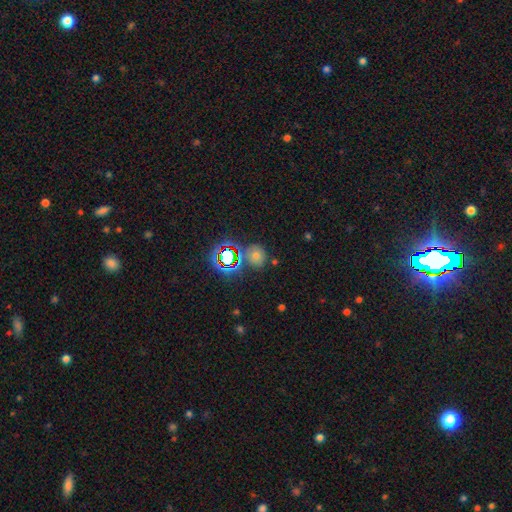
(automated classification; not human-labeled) A smooth galaxy with no disk features (50%).

Vote fractions:
- Smooth or featured? smooth: 50% / star or artifact: 39% / featured or disk: 11%
- Merging? none: 73% / minor disturbance: 12% / merger: 10% / major disturbance: 5%